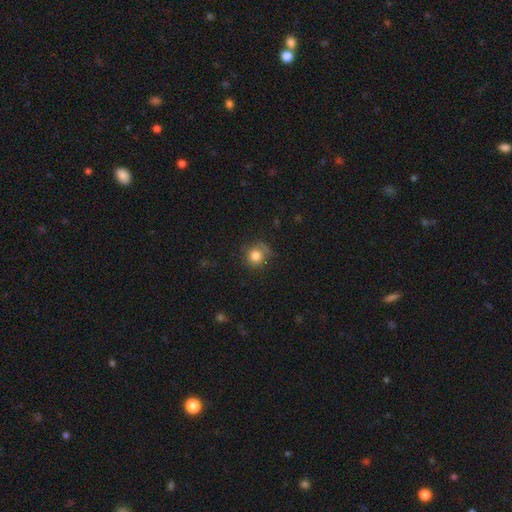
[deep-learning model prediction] A smooth galaxy with no disk features (82%) that is round (89%).

Vote fractions:
- Smooth or featured? smooth: 82% / star or artifact: 11% / featured or disk: 7%
- How rounded? round: 89% / in between: 10% / cigar-shaped: 1%
- Merging? none: 72% / minor disturbance: 19% / major disturbance: 6% / merger: 3%